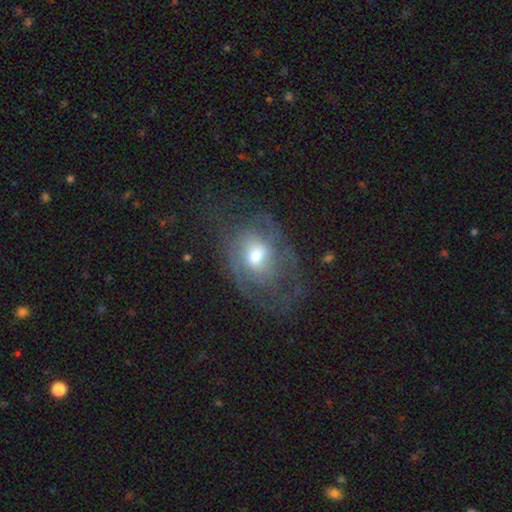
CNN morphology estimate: smooth-or-featured: featured or disk: 63% | smooth: 28% | star or artifact: 8%
  disk-edge-on: no: 95% | yes: 5%
    bar: no: 58% | weak: 34% | strong: 8%
    has-spiral-arms: yes: 68% | no: 32%
    bulge-size: moderate: 65% | small: 21% | large: 12% | dominant: 2% | none: 1%
  merging: none: 46% | major disturbance: 31% | minor disturbance: 21% | merger: 2%